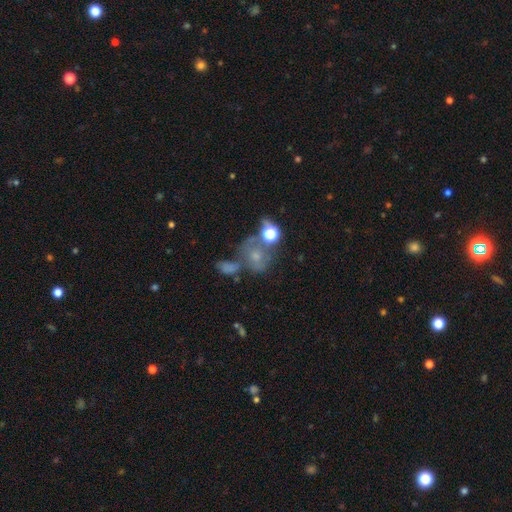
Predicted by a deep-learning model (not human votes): Smooth or featured: smooth — 47% (featured or disk — 29%)
Merging: none — 38% (merger — 32%)